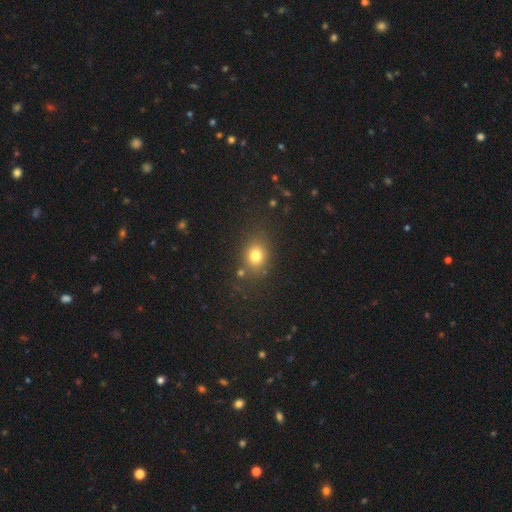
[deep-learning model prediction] Smooth or featured? Predicted: smooth (p=0.77). How rounded? Predicted: round (p=0.56). Merging? Predicted: none (p=0.76).